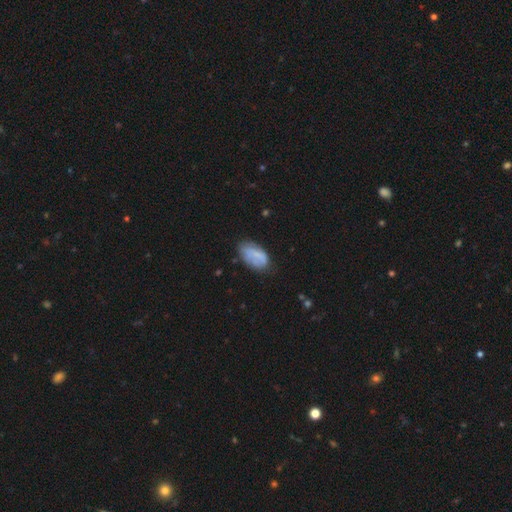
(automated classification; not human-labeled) Smooth or featured? smooth (69%)
How rounded? in between (94%)
Merging? none (54%)